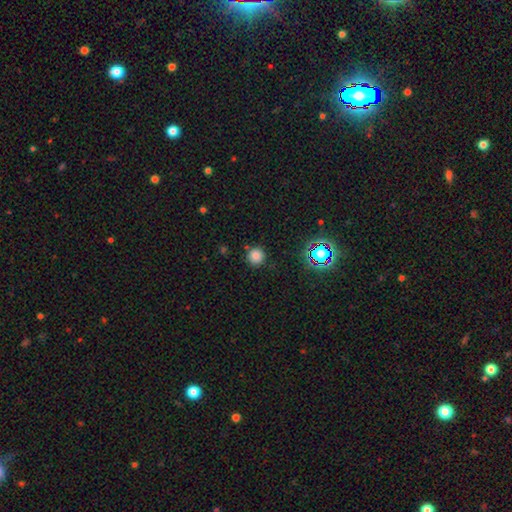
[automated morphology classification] Smooth or featured? smooth (79%)
How rounded? round (94%)
Merging? none (85%)